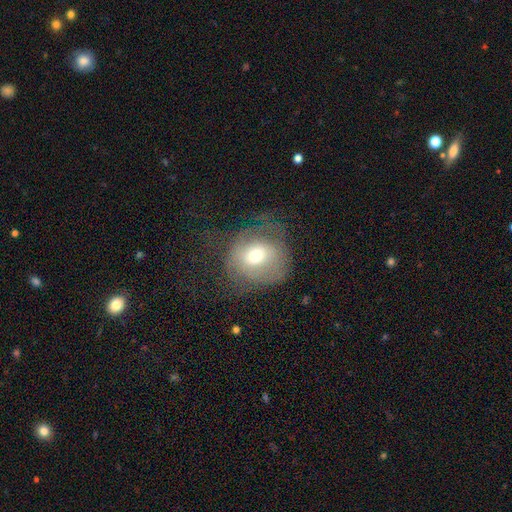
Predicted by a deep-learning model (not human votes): A smooth galaxy with no disk features (54%) that is round (77%). Merging: none (44%).